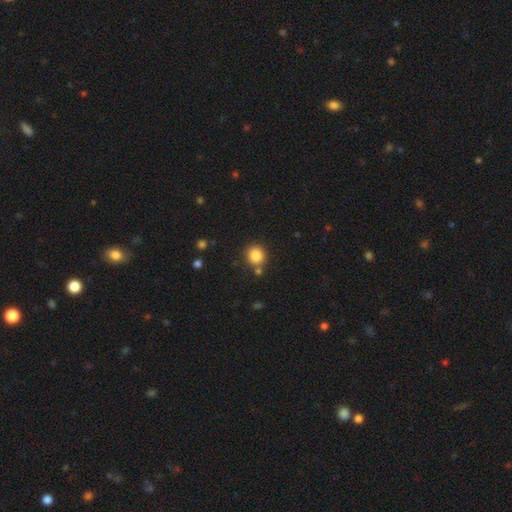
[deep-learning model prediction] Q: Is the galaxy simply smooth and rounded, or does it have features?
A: smooth — 85%.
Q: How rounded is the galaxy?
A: round — 87%.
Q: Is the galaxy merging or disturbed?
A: none — 79%.